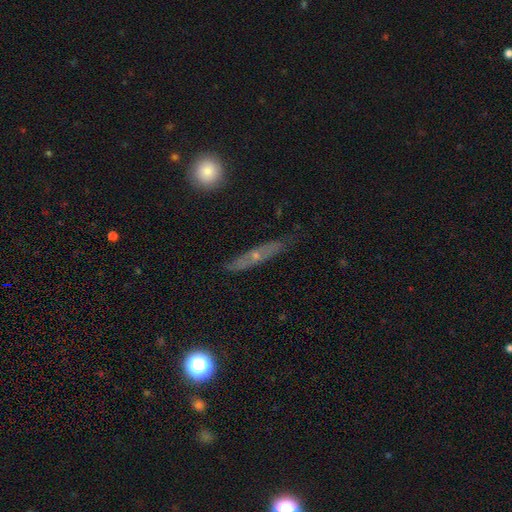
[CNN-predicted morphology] This is possibly a featured or disk galaxy (58%). It is likely viewed edge-on (73%). Merging: likely none (80%).